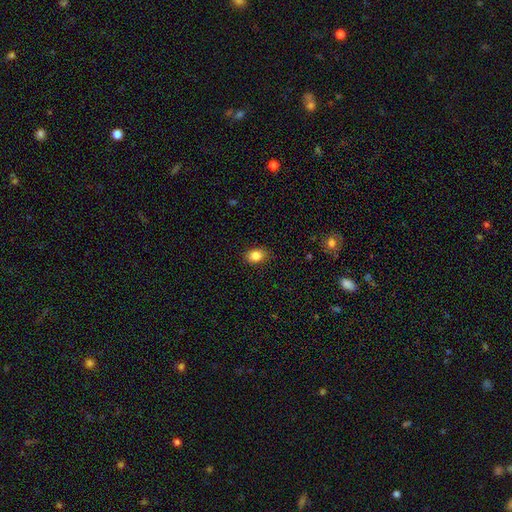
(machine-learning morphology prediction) Smooth or featured?
  - smooth: 85% *
  - star or artifact: 10%
  - featured or disk: 5%
How rounded?
  - in between: 69% *
  - round: 30%
  - cigar-shaped: 1%
Merging?
  - none: 88% *
  - minor disturbance: 9%
  - major disturbance: 2%
  - merger: 1%